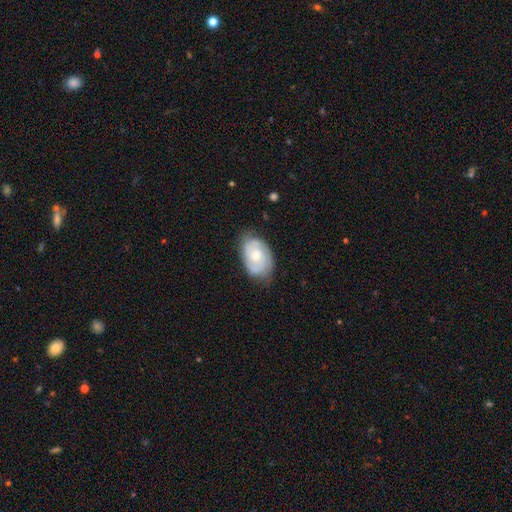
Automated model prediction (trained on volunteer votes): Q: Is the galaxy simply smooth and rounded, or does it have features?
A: featured or disk — 72%.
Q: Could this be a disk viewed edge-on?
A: no — 96%.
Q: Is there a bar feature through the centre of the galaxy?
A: no — 74%.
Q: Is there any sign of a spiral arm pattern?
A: yes — 91%.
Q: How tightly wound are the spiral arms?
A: tight — 59%.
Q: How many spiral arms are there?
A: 2 — 40%.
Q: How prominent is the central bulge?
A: small — 49%.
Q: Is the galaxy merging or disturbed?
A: none — 73%.